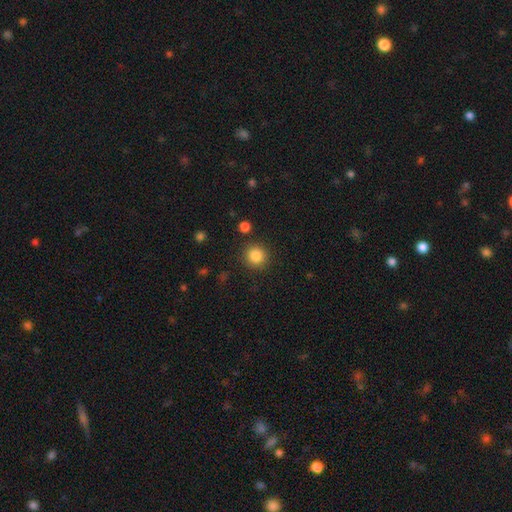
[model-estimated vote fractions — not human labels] Smooth or featured: smooth — 85% (star or artifact — 10%)
How rounded: round — 92% (in between — 7%)
Merging: none — 89% (minor disturbance — 6%)